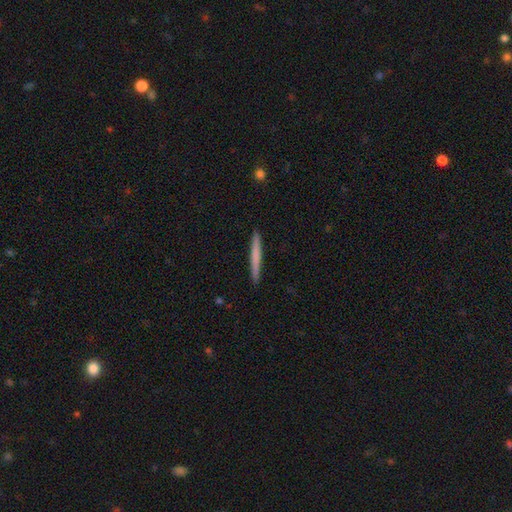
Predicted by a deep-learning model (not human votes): This is likely a smooth galaxy (66%). How rounded: clearly cigar-shaped (97%). Merging: clearly none (93%).